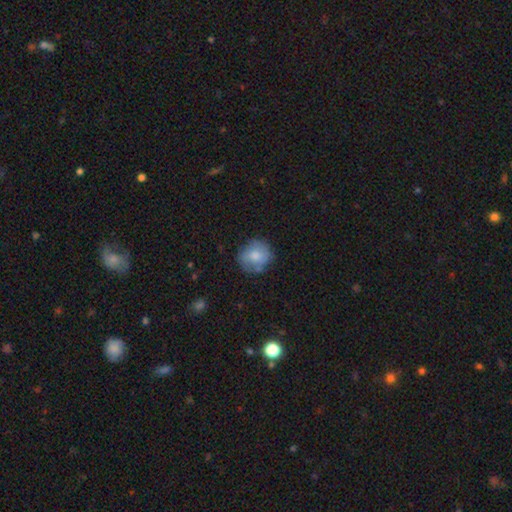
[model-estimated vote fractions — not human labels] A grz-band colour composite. It shows a smooth galaxy with no disk features (69%) that is round (81%). Merging: none (70%).